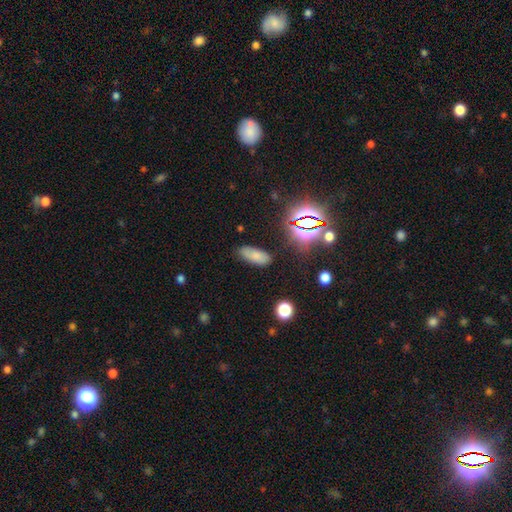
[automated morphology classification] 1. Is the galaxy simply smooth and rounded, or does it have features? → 71% smooth, 16% star or artifact, 13% featured or disk.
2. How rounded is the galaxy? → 85% in between, 12% cigar-shaped, 4% round.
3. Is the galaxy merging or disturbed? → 77% none, 16% minor disturbance, 4% major disturbance, 3% merger.